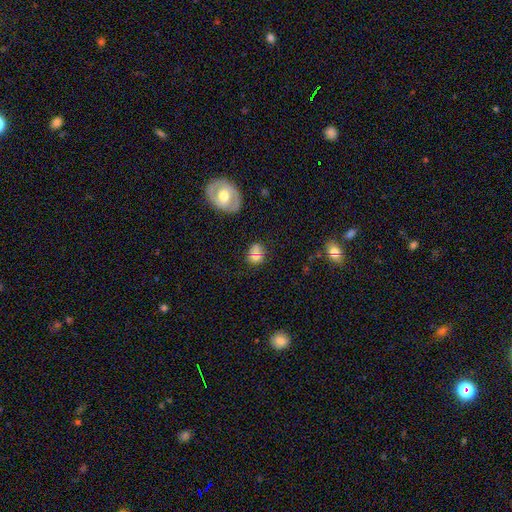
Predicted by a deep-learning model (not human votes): A smooth galaxy with no disk features (68%) that is round (58%).

Vote fractions:
- Smooth or featured? smooth: 68% / featured or disk: 20% / star or artifact: 12%
- How rounded? round: 58% / in between: 40% / cigar-shaped: 2%
- Merging? none: 44% / merger: 32% / minor disturbance: 16% / major disturbance: 8%